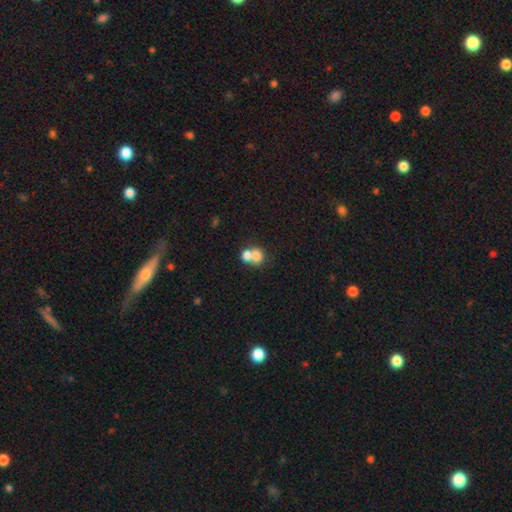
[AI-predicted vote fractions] A smooth galaxy with no disk features (73%) that is round (69%). Merging: merger (66%).